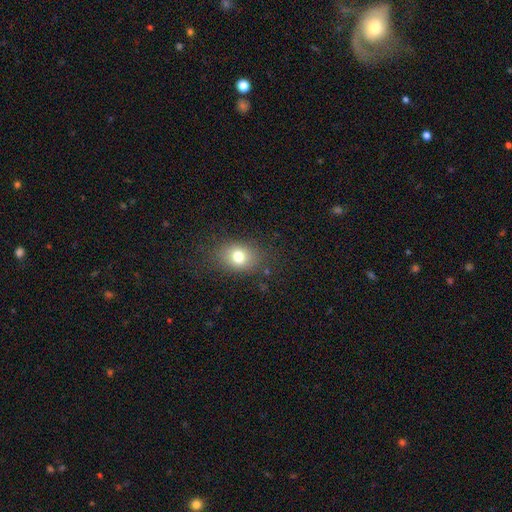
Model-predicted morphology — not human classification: This is likely a smooth galaxy (70%). How rounded: possibly in between (52%). Merging: clearly none (86%).